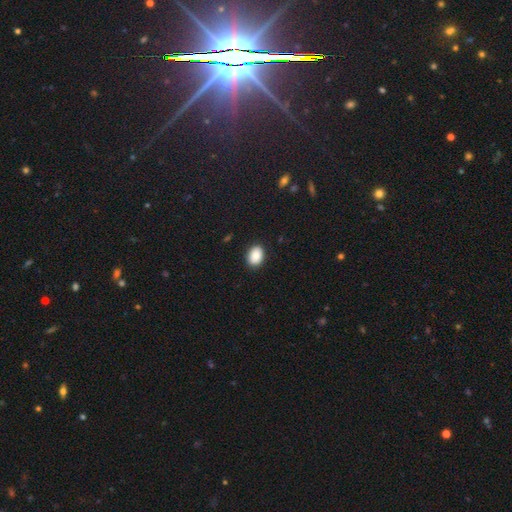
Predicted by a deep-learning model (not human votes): smooth_or_featured: smooth (p=0.88) [alt: star or artifact p=0.08]
how_rounded: in between (p=0.78) [alt: round p=0.21]
merging: none (p=0.89) [alt: minor disturbance p=0.08]